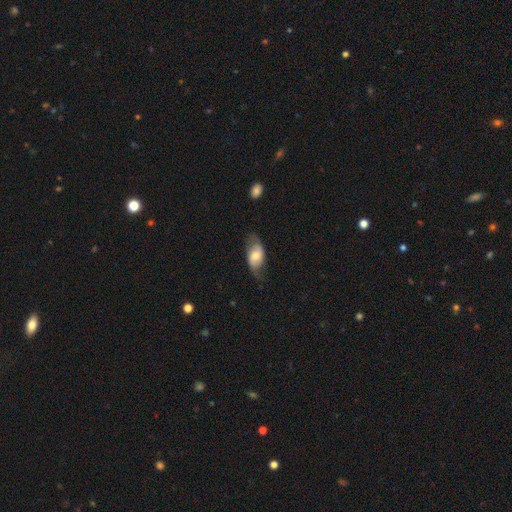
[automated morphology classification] Smooth or featured? smooth (48%)
Merging? none (59%)